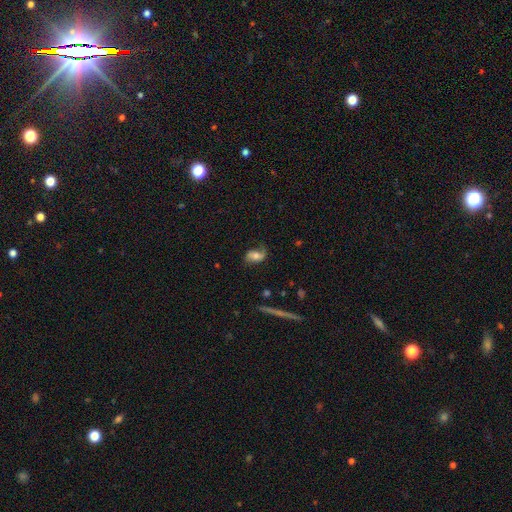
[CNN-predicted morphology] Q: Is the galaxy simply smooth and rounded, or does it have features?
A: featured or disk — 59%.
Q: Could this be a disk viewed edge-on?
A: no — 93%.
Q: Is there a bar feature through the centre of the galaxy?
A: no — 61%.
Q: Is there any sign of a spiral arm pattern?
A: yes — 87%.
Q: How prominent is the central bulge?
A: moderate — 56%.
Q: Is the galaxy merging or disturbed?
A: none — 61%.